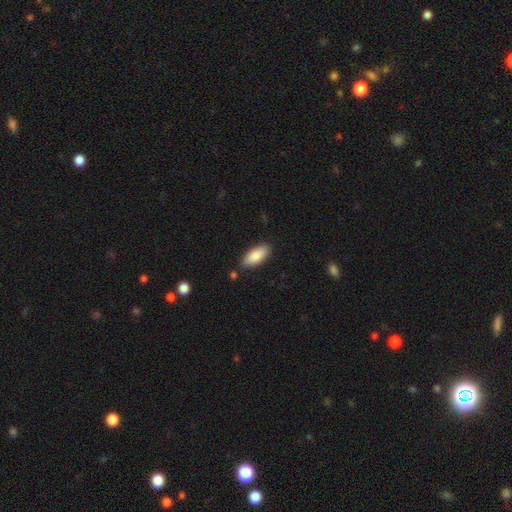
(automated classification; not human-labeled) This appears to be a smooth galaxy with no disk features (87%) that is in between round and cigar-shaped (88%). Merging: none (84%).